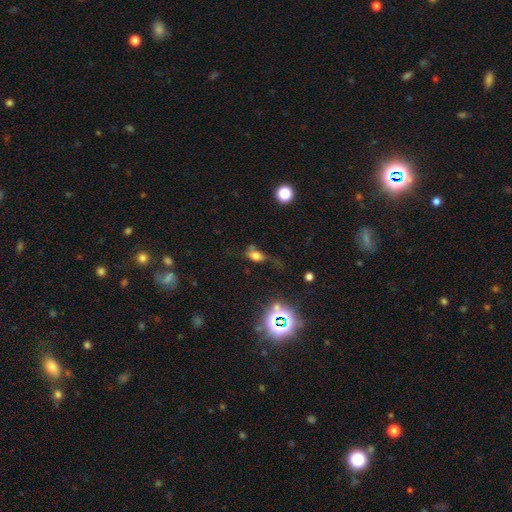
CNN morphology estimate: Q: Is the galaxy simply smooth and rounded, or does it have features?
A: smooth — 64%.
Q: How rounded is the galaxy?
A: in between — 79%.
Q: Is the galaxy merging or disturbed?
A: none — 39%.